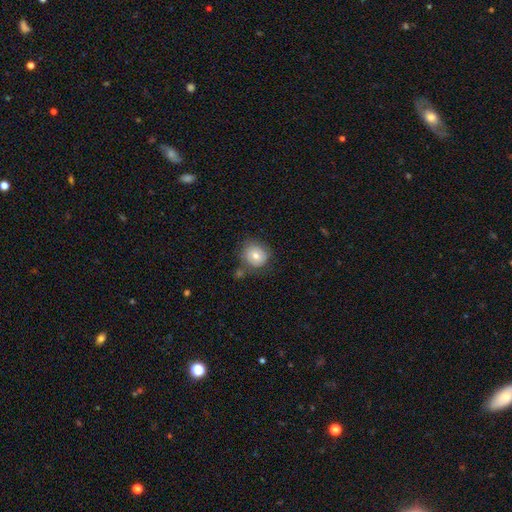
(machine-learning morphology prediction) type=smooth (68%); roundness=round (87%); merging=none (70%).